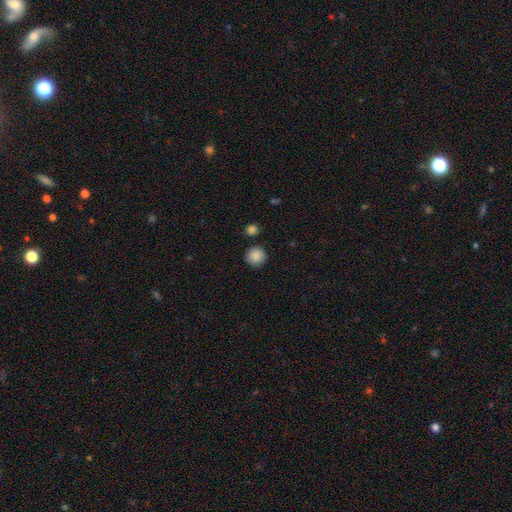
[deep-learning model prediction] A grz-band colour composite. It shows a smooth galaxy with no disk features (88%) that is round (94%). Merging: none (87%).